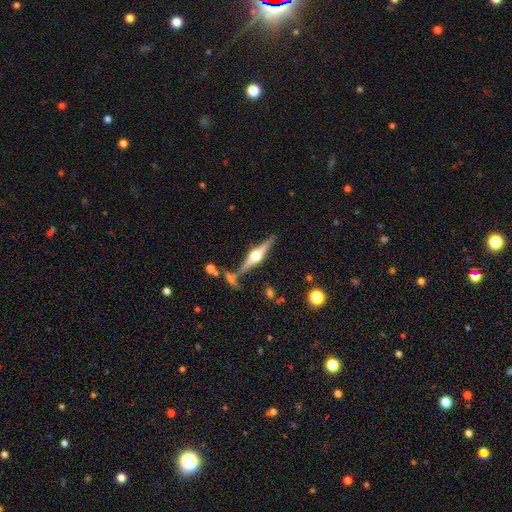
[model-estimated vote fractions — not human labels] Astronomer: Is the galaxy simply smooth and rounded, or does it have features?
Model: featured or disk — 81%.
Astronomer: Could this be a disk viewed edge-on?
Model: yes — 97%.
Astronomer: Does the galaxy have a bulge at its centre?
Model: rounded — 95%.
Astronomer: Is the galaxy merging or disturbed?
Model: none — 75%.